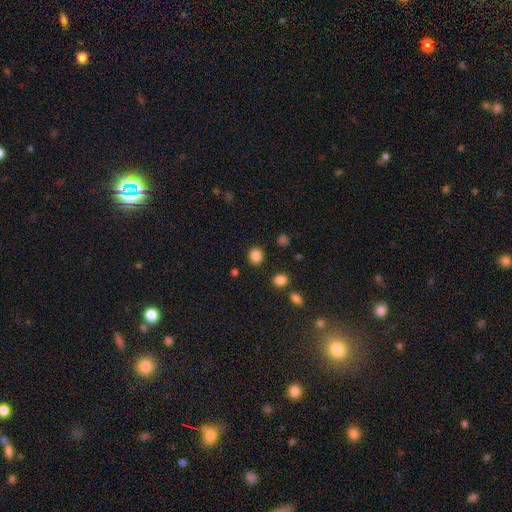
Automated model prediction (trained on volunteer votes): Q: Smooth or featured?
A: smooth (85%); runner-up: star or artifact (11%)
Q: How rounded?
A: round (80%); runner-up: in between (19%)
Q: Merging?
A: none (88%); runner-up: minor disturbance (7%)